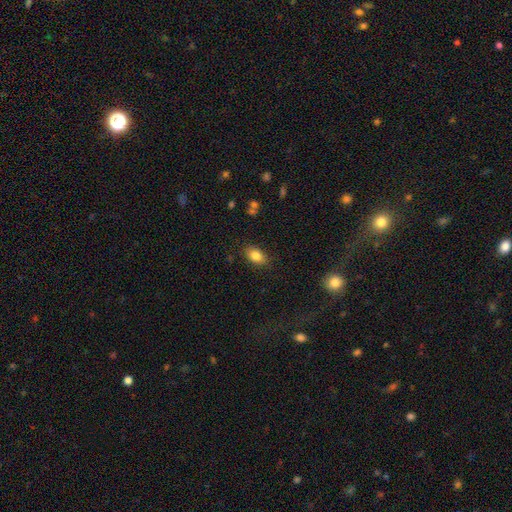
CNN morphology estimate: This is clearly a smooth galaxy (84%). How rounded: clearly in between (86%). Merging: clearly none (83%).